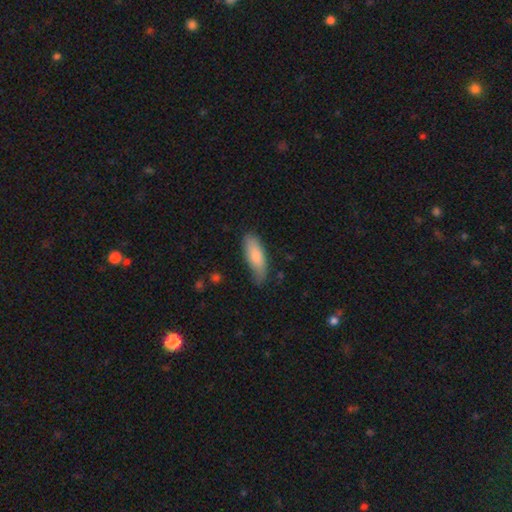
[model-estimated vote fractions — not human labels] smooth 80%, featured or disk 14%, star or artifact 5%. Down the decision tree: how rounded — in between (62%); merging — none (66%).